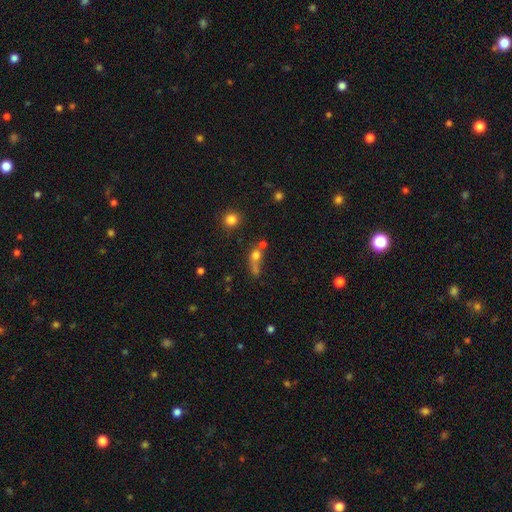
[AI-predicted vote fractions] smooth_or_featured: smooth (p=0.67) [alt: star or artifact p=0.17]
how_rounded: round (p=0.62) [alt: in between p=0.30]
merging: merger (p=0.45) [alt: none p=0.32]